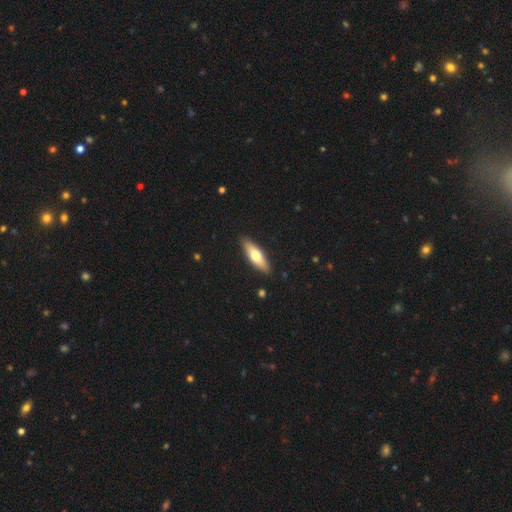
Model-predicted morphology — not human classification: A smooth galaxy with no disk features (58%) that is cigar-shaped (54%).

Vote fractions:
- Smooth or featured? smooth: 58% / featured or disk: 37% / star or artifact: 5%
- How rounded? cigar-shaped: 54% / in between: 43% / round: 2%
- Merging? none: 89% / minor disturbance: 8% / major disturbance: 2% / merger: 1%